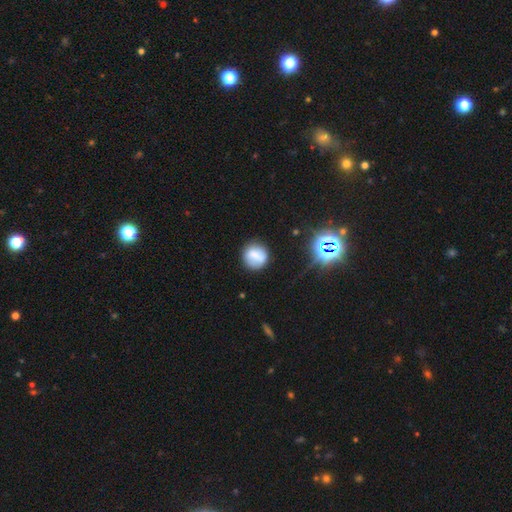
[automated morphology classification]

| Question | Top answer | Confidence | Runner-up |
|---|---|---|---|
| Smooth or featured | smooth | 69% | featured or disk (19%) |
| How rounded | round | 85% | in between (14%) |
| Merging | none | 77% | minor disturbance (15%) |